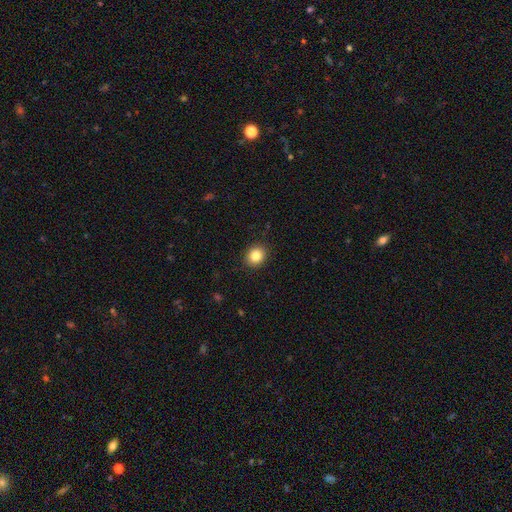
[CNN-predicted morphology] Q: Smooth or featured?
A: smooth (84%); runner-up: star or artifact (10%)
Q: How rounded?
A: round (69%); runner-up: in between (30%)
Q: Merging?
A: none (90%); runner-up: minor disturbance (7%)